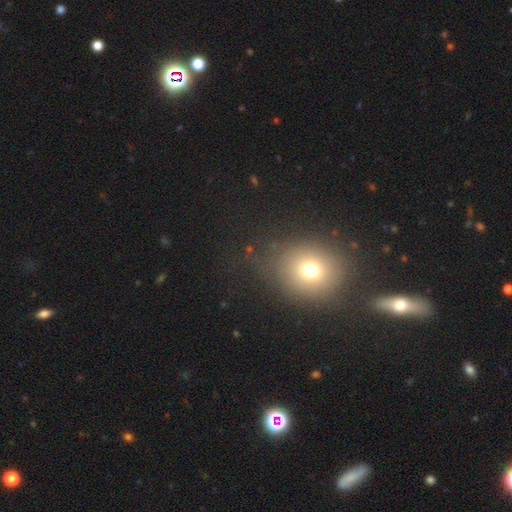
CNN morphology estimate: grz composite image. It shows a smooth galaxy with no disk features (59%) that is round (71%). Merging: none (79%).